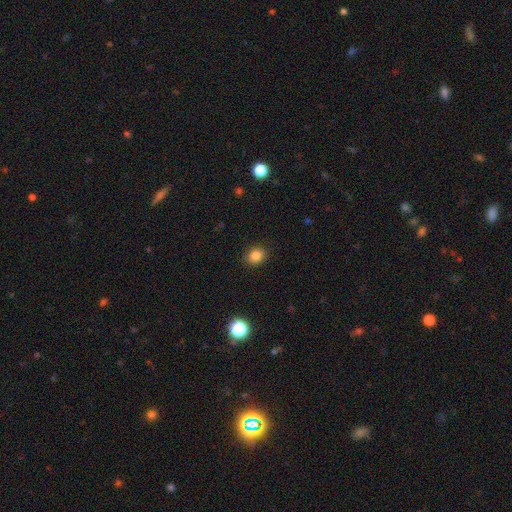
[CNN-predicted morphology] smooth-or-featured: smooth: 84% | star or artifact: 11% | featured or disk: 5%
  how-rounded: round: 57% | in between: 42% | cigar-shaped: 1%
  merging: none: 89% | minor disturbance: 7% | major disturbance: 2% | merger: 1%